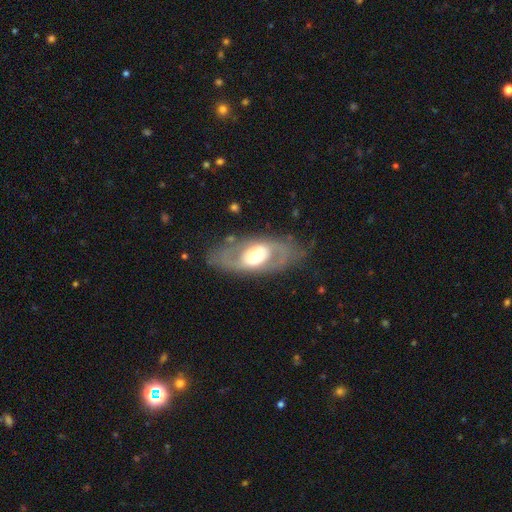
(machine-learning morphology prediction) smooth_or_featured: featured or disk (p=0.69) [alt: smooth p=0.26]
disk_edge_on: no (p=0.91) [alt: yes p=0.09]
bar: no (p=0.56) [alt: weak p=0.27]
has_spiral_arms: yes (p=0.57) [alt: no p=0.43]
bulge_size: moderate (p=0.56) [alt: large p=0.29]
merging: none (p=0.74) [alt: minor disturbance p=0.15]